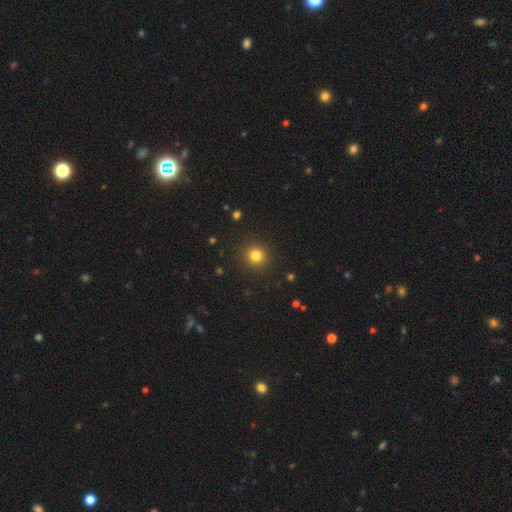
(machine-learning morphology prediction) smooth_or_featured: smooth (p=0.81) [alt: star or artifact p=0.14]
how_rounded: round (p=0.93) [alt: in between p=0.06]
merging: none (p=0.91) [alt: minor disturbance p=0.06]